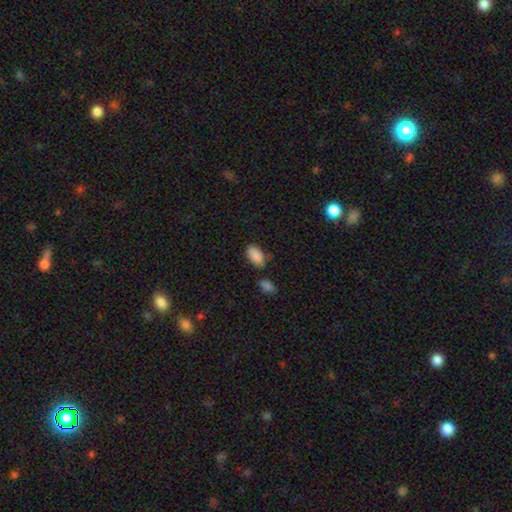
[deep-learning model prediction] Overall: smooth (88%). How rounded: in between (94%). Merging: none (68%).